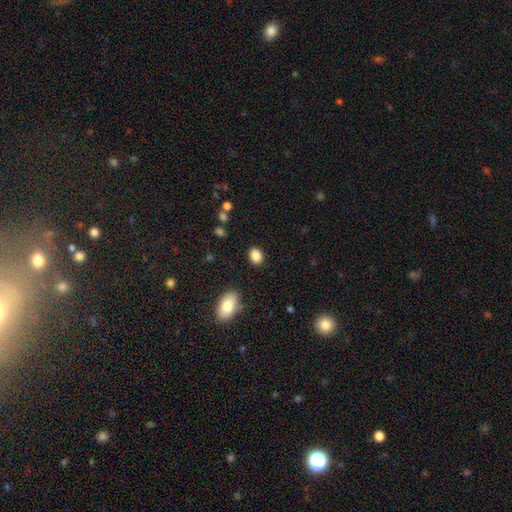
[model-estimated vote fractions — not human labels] A smooth galaxy with no disk features (87%) that is in between round and cigar-shaped (67%). Merging: none (87%).